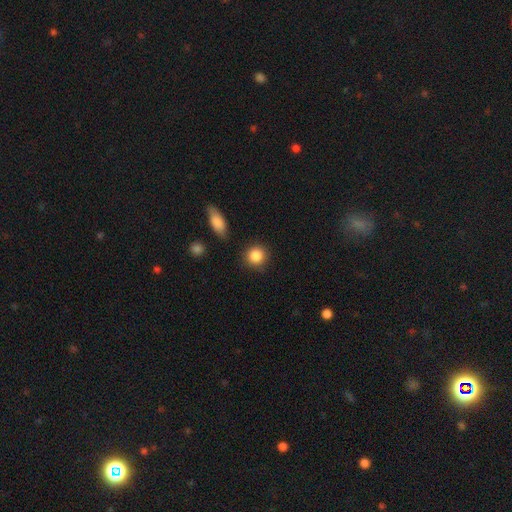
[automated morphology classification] Q: Smooth or featured?
A: smooth (87%); runner-up: star or artifact (8%)
Q: How rounded?
A: round (90%); runner-up: in between (9%)
Q: Merging?
A: none (85%); runner-up: minor disturbance (9%)